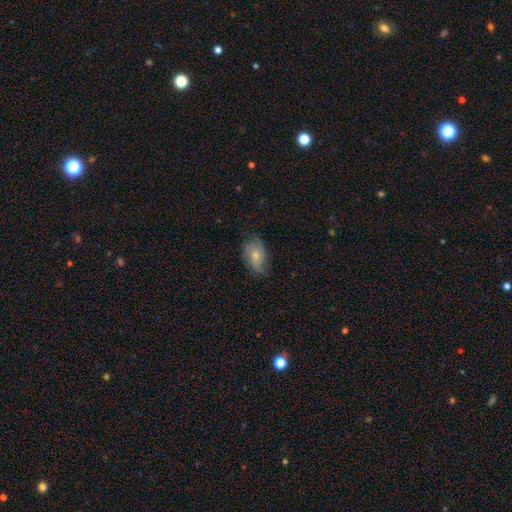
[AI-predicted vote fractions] This appears to be a smooth galaxy with no disk features (53%) that is in between round and cigar-shaped (85%). Merging: none (59%).